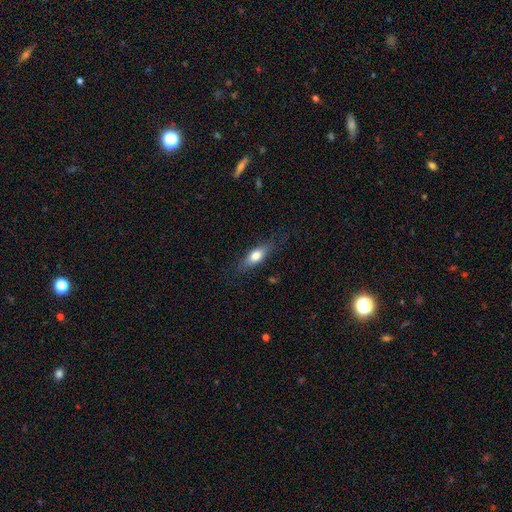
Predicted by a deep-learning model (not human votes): This appears to be a smooth galaxy with no disk features (70%) that is in between round and cigar-shaped (66%). Merging: none (77%).